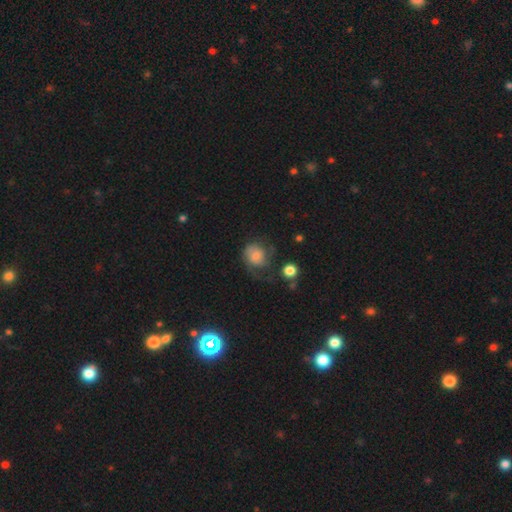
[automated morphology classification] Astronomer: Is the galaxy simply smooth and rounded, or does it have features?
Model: smooth — 49% (runner-up: featured or disk, 41%).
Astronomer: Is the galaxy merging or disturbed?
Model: none — 40% (runner-up: major disturbance, 29%).